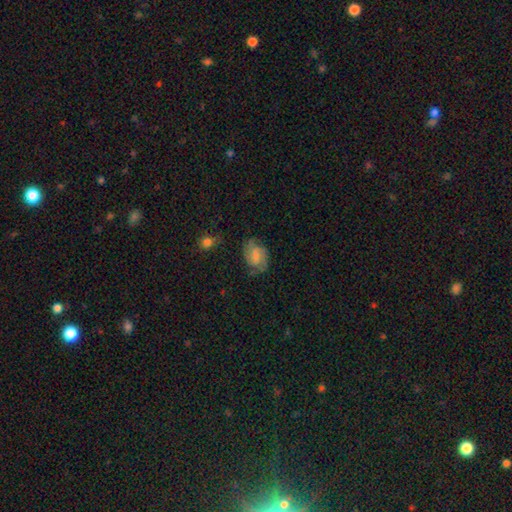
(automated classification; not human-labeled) The model was most divided on "smooth or featured": featured or disk: 51%, smooth: 41%, star or artifact: 8%. More confident: edge-on disk — no (97%); merging — none (61%).